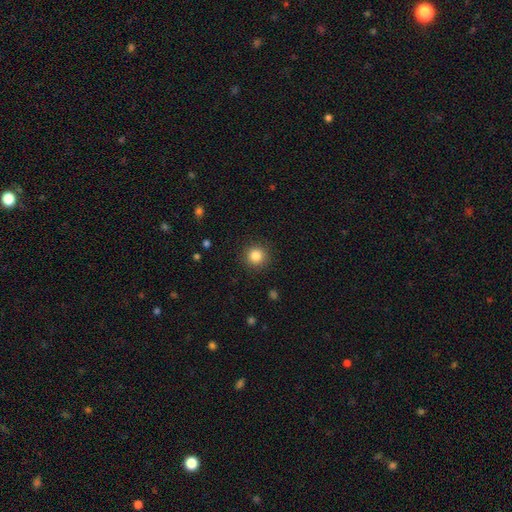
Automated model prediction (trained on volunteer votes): smooth-or-featured: smooth: 85% | star or artifact: 11% | featured or disk: 4%
  how-rounded: round: 94% | in between: 5% | cigar-shaped: 1%
  merging: none: 90% | minor disturbance: 6% | major disturbance: 2% | merger: 1%